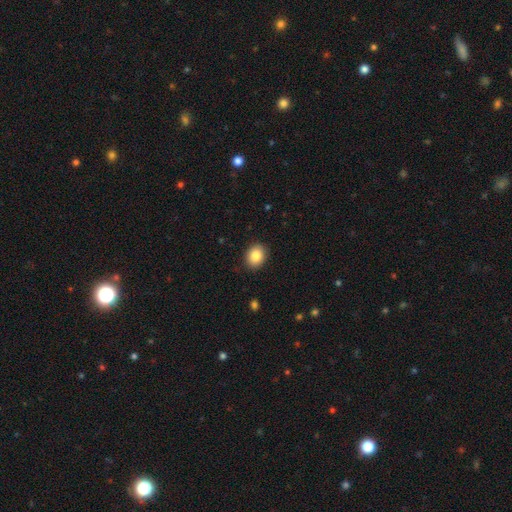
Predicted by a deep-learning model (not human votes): The model was most divided on "how rounded": in between: 54%, round: 45%, cigar-shaped: 1%. More confident: merging — none (88%); smooth or featured — smooth (86%).